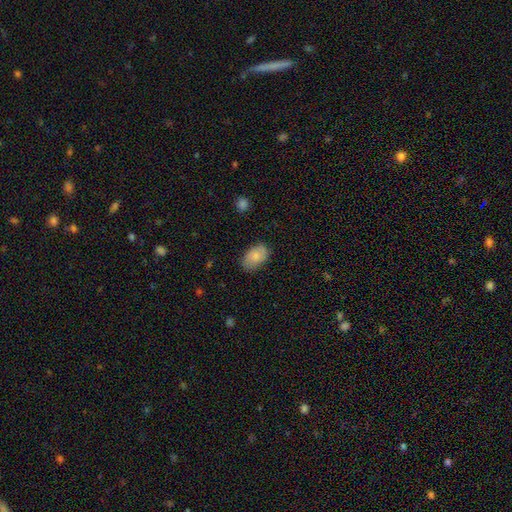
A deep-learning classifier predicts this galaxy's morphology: smooth_or_featured: smooth (p=0.79) [alt: featured or disk p=0.14]
how_rounded: in between (p=0.91) [alt: round p=0.08]
merging: none (p=0.76) [alt: minor disturbance p=0.19]